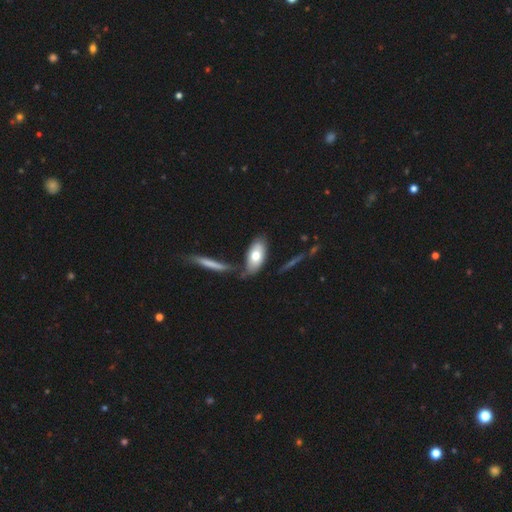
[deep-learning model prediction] This is likely a smooth galaxy (70%). How rounded: clearly in between (87%). Merging: likely none (65%).